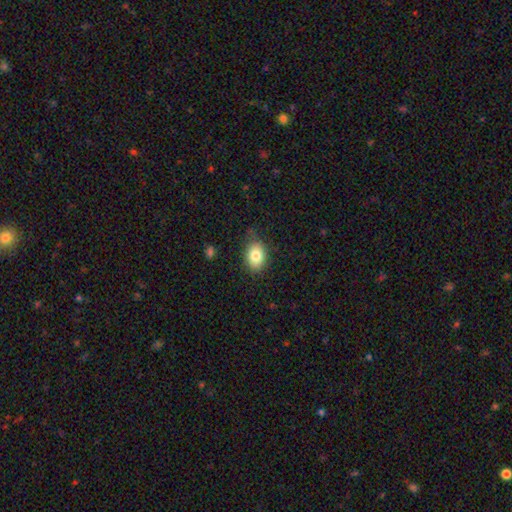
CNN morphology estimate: Smooth or featured: smooth — 81% (featured or disk — 10%)
How rounded: in between — 73% (round — 26%)
Merging: none — 76% (minor disturbance — 19%)